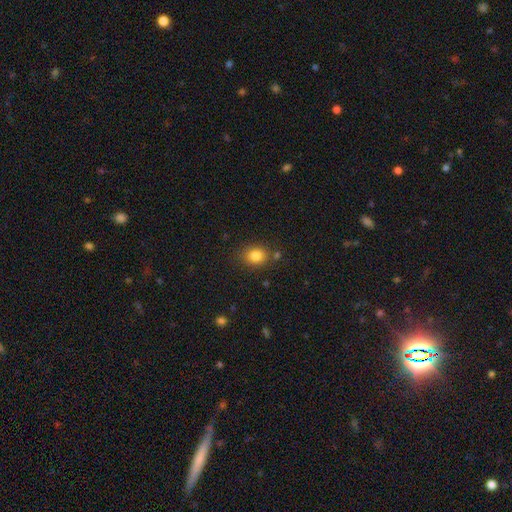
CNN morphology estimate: Q: Smooth or featured?
A: smooth (83%); runner-up: star or artifact (11%)
Q: How rounded?
A: round (58%); runner-up: in between (41%)
Q: Merging?
A: none (78%); runner-up: minor disturbance (13%)